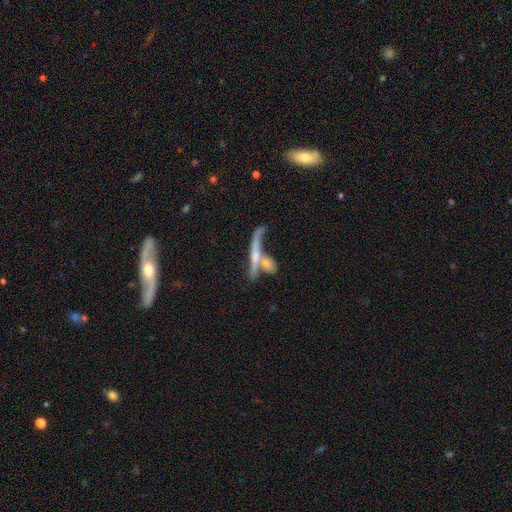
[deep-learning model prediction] smooth-or-featured: featured or disk: 59% | smooth: 33% | star or artifact: 9%
  disk-edge-on: yes: 77% | no: 23%
  merging: merger: 45% | none: 33% | minor disturbance: 12% | major disturbance: 11%